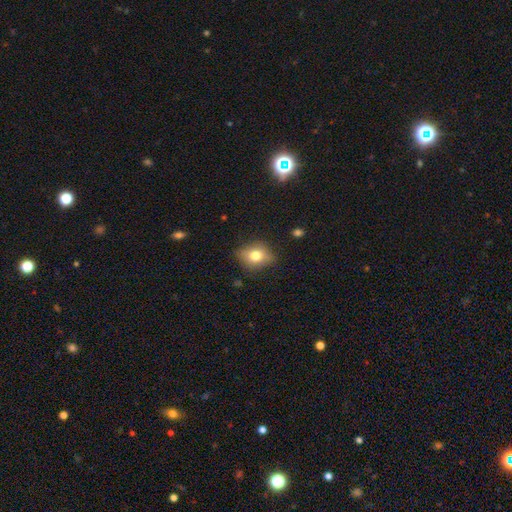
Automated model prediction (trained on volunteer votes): Q: Smooth or featured?
A: smooth (74%); runner-up: featured or disk (16%)
Q: How rounded?
A: round (51%); runner-up: in between (48%)
Q: Merging?
A: none (78%); runner-up: minor disturbance (17%)